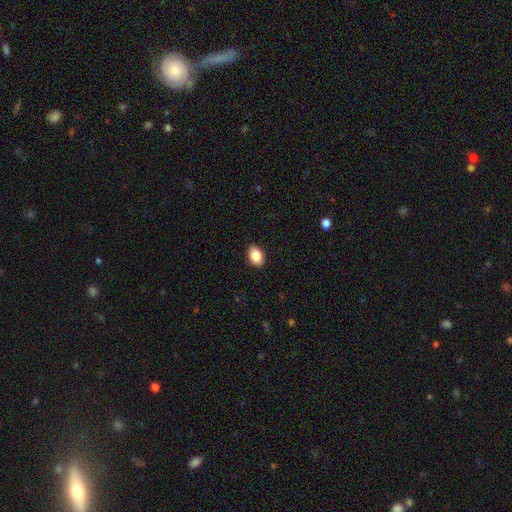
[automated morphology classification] The model was most divided on "how rounded": in between: 85%, round: 14%, cigar-shaped: 1%. More confident: merging — none (90%); smooth or featured — smooth (87%).